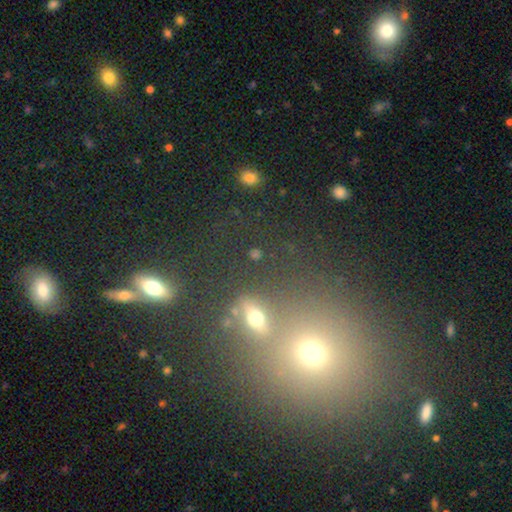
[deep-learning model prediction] Overall: smooth (53%; star or artifact 32%). How rounded: round (58%; in between 35%). Merging: none (58%; merger 23%).